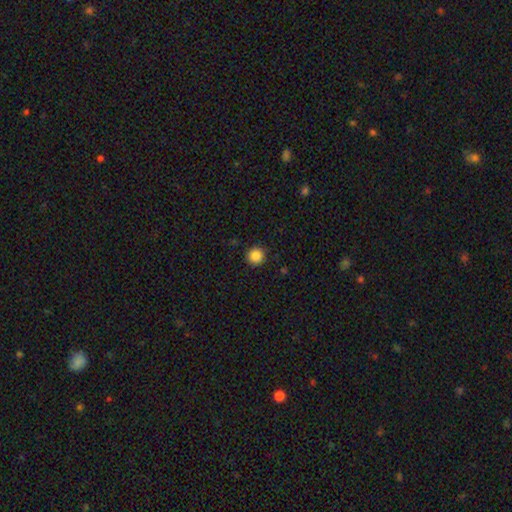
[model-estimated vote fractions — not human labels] The model was most divided on "smooth or featured": smooth: 86%, star or artifact: 10%, featured or disk: 3%. More confident: how rounded — round (95%); merging — none (91%).